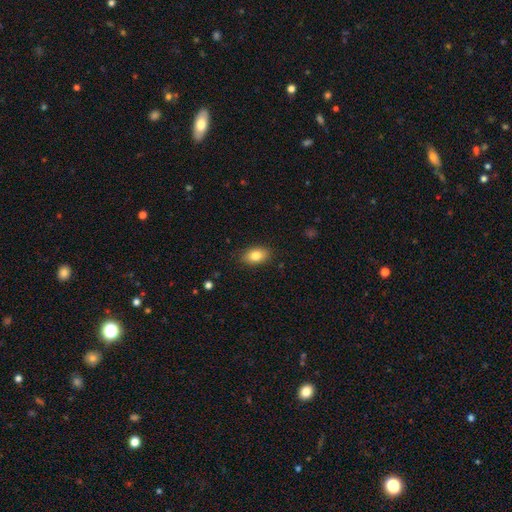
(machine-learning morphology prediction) This appears to be a smooth galaxy with no disk features (83%) that is in between round and cigar-shaped (87%). Merging: none (87%).